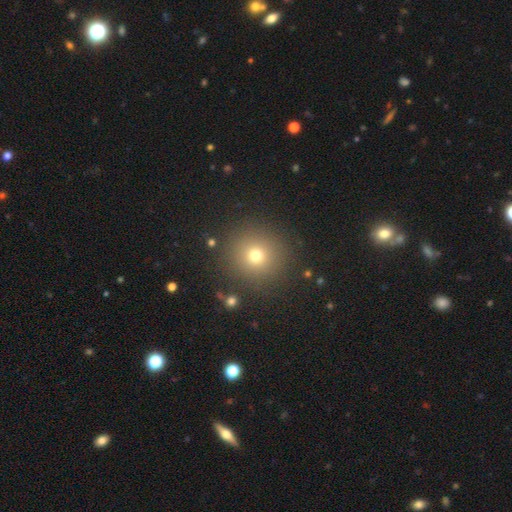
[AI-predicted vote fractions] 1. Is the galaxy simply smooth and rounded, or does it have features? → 72% smooth, 19% star or artifact, 10% featured or disk.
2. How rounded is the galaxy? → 94% round, 5% in between, 1% cigar-shaped.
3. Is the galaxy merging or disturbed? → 89% none, 6% minor disturbance, 3% major disturbance, 2% merger.